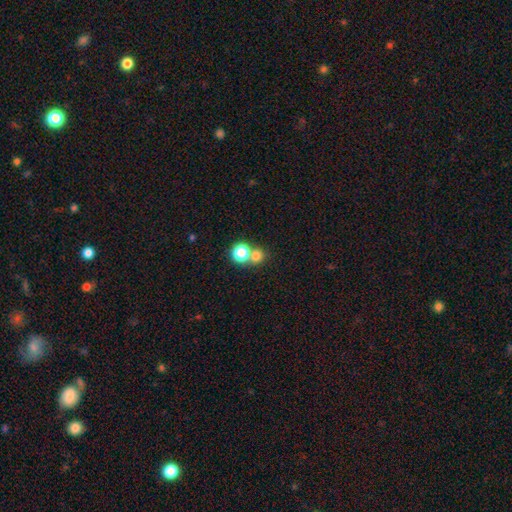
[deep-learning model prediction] smooth 72%, star or artifact 19%, featured or disk 8%. Down the decision tree: how rounded — round (85%); merging — none (53%).